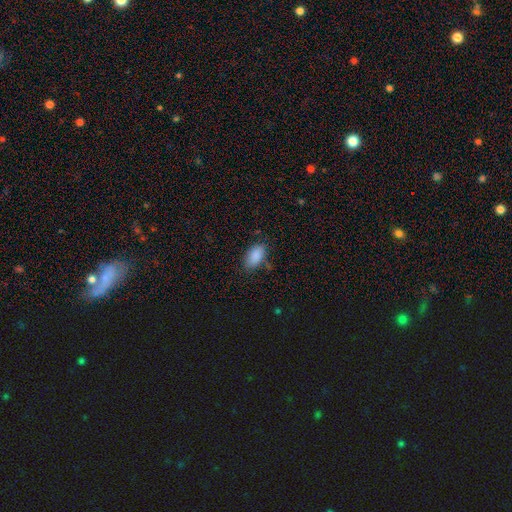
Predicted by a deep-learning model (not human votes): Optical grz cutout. It shows a smooth galaxy with no disk features (88%) that is in between round and cigar-shaped (93%). Merging: none (75%).